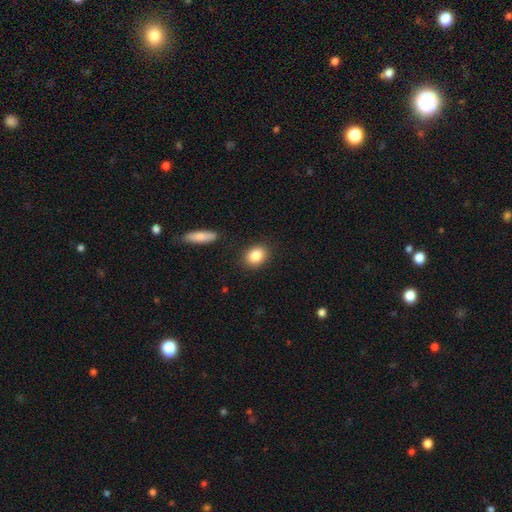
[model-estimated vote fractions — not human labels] Smooth or featured?
  - smooth: 85% *
  - star or artifact: 8%
  - featured or disk: 7%
How rounded?
  - in between: 62% *
  - round: 37%
  - cigar-shaped: 2%
Merging?
  - none: 87% *
  - minor disturbance: 8%
  - major disturbance: 2%
  - merger: 2%